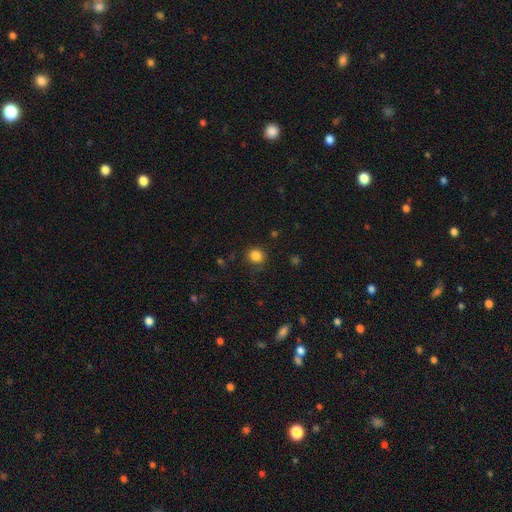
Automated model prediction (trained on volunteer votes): Smooth or featured?
  - smooth: 85% *
  - star or artifact: 11%
  - featured or disk: 4%
How rounded?
  - round: 85% *
  - in between: 14%
  - cigar-shaped: 1%
Merging?
  - none: 84% *
  - minor disturbance: 11%
  - major disturbance: 4%
  - merger: 1%